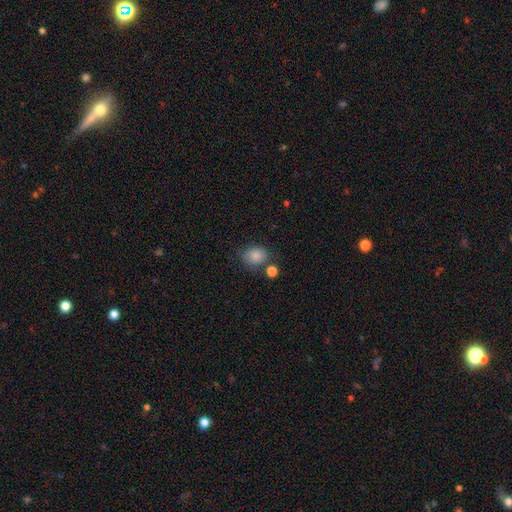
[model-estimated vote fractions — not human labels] Morphology: type=smooth (85%); roundness=round (58%); merging=none (70%).